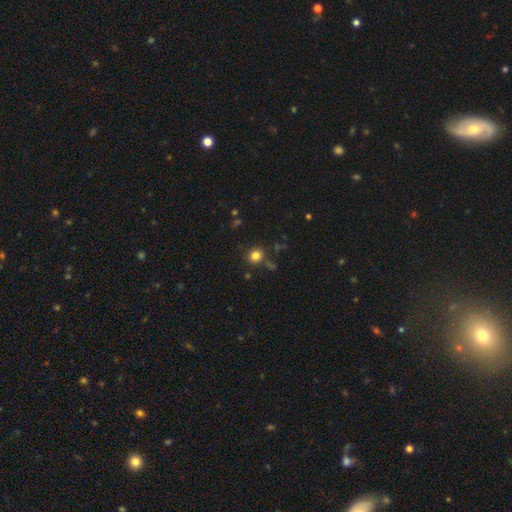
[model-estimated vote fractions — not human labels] Smooth or featured: smooth — 81% (star or artifact — 14%)
How rounded: round — 87% (in between — 12%)
Merging: none — 82% (minor disturbance — 9%)